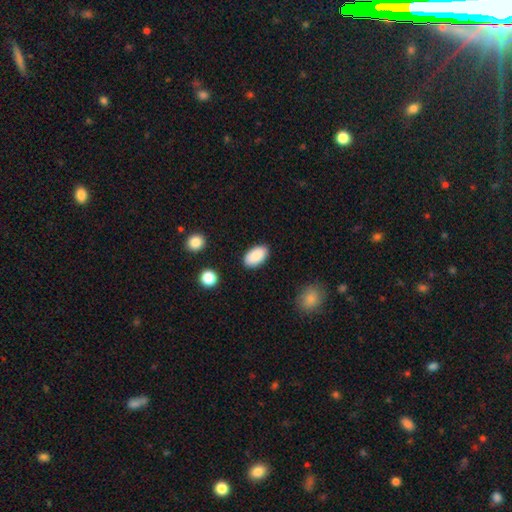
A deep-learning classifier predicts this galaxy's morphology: smooth 89%, star or artifact 7%, featured or disk 5%. Down the decision tree: how rounded — in between (95%); merging — none (87%).